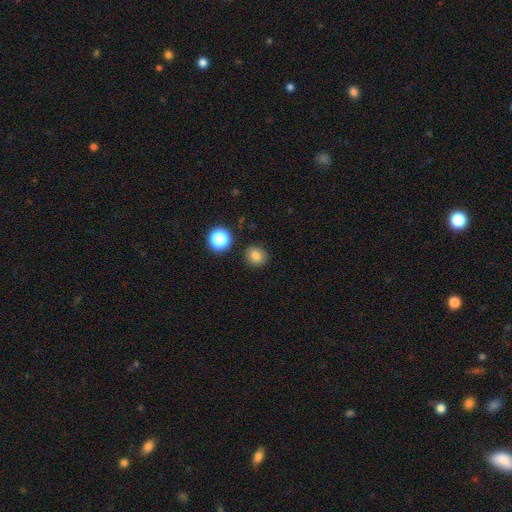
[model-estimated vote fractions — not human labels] The model was most divided on "smooth or featured": smooth: 80%, star or artifact: 14%, featured or disk: 6%. More confident: merging — none (88%); how rounded — round (85%).